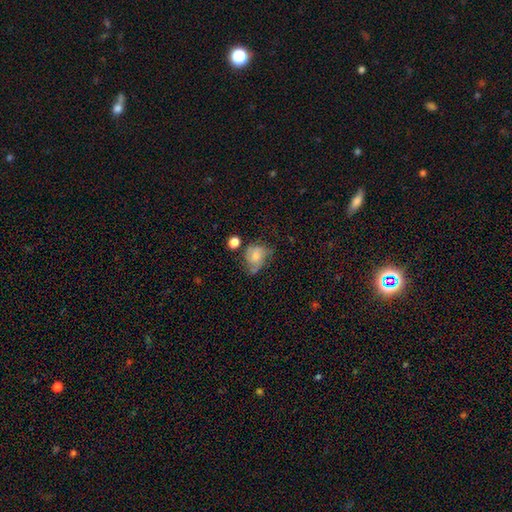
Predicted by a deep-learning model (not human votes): A smooth galaxy with no disk features (56%) that is in between round and cigar-shaped (54%). Merging: none (37%).